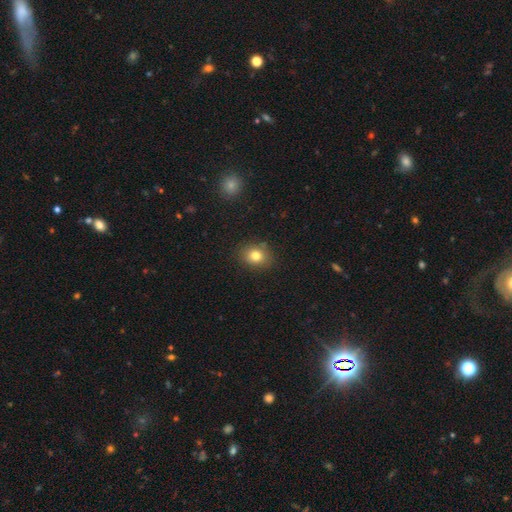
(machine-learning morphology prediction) Overall: smooth (79%). How rounded: round (56%; in between 43%). Merging: none (84%).